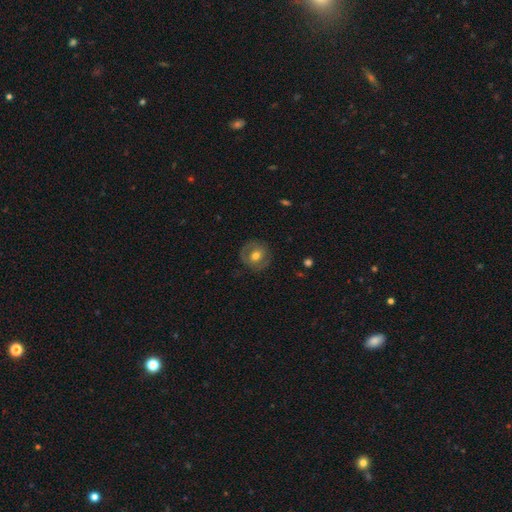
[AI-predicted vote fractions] smooth 48%, featured or disk 45%, star or artifact 7%. Down the decision tree: merging — none (82%).